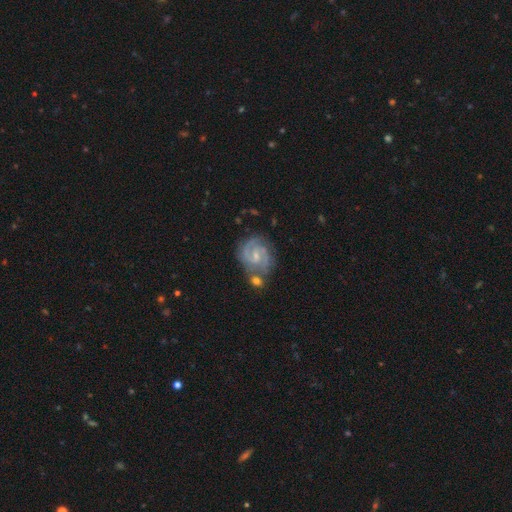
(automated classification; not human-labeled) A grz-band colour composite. It shows a featured or disk galaxy (86%) with a weak bar (52%), 2 (71%) tight (51%) spiral arms (97%) and a small central bulge (63%). Merging: none (61%).